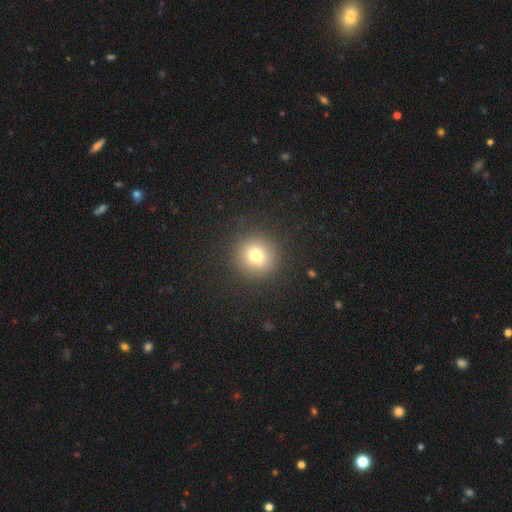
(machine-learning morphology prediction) smooth-or-featured: smooth: 75% | star or artifact: 15% | featured or disk: 10%
  how-rounded: round: 93% | in between: 6% | cigar-shaped: 1%
  merging: none: 90% | minor disturbance: 6% | major disturbance: 3% | merger: 1%